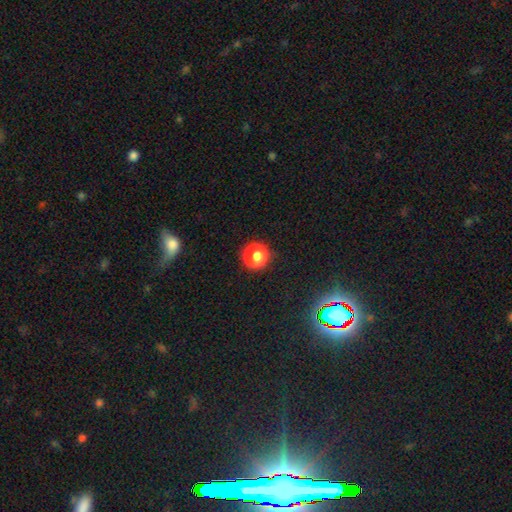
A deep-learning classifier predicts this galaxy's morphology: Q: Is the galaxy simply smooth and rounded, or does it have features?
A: smooth — 85%.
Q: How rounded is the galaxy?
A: round — 94%.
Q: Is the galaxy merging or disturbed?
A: none — 89%.